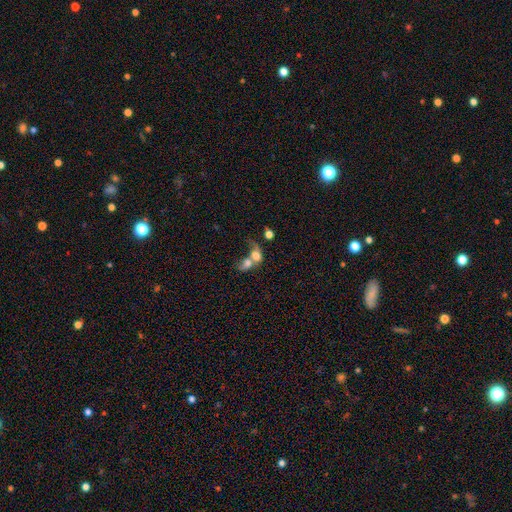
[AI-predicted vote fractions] Q: Smooth or featured?
A: smooth (63%); runner-up: featured or disk (26%)
Q: How rounded?
A: in between (58%); runner-up: round (40%)
Q: Merging?
A: merger (79%); runner-up: major disturbance (9%)